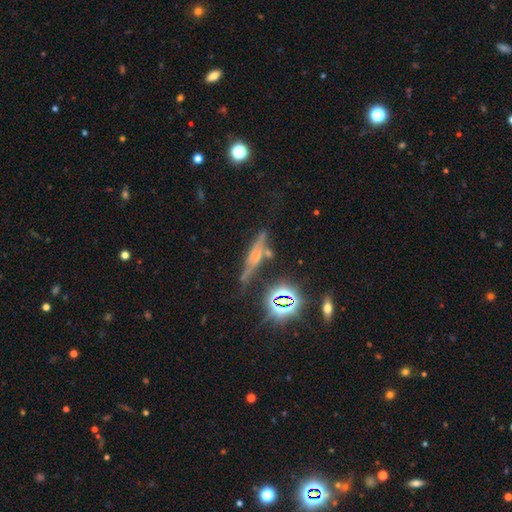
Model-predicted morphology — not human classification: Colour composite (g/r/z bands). It shows a featured or disk galaxy (41%). Merging: none (65%).